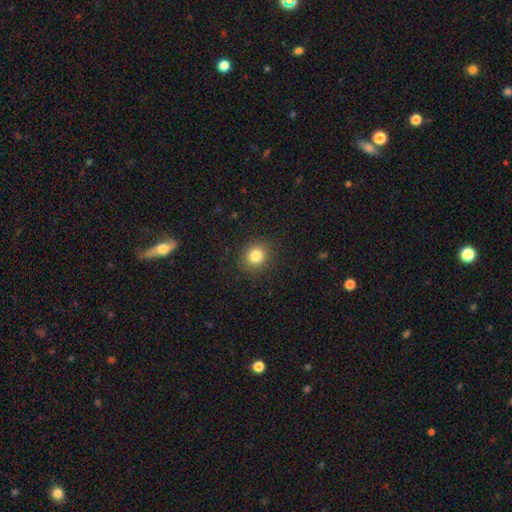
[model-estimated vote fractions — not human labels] Smooth or featured: smooth — 83% (star or artifact — 11%)
How rounded: round — 78% (in between — 21%)
Merging: none — 88% (minor disturbance — 8%)